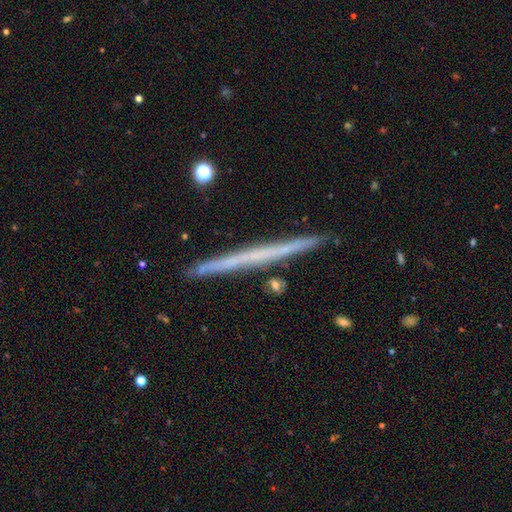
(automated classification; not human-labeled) Smooth or featured?
  - featured or disk: 56% *
  - smooth: 38%
  - star or artifact: 7%
Edge-on disk?
  - yes: 98% *
  - no: 2%
Edge-on bulge?
  - none: 92% *
  - rounded: 6%
  - boxy: 2%
Merging?
  - none: 91% *
  - minor disturbance: 7%
  - merger: 2%
  - major disturbance: 1%